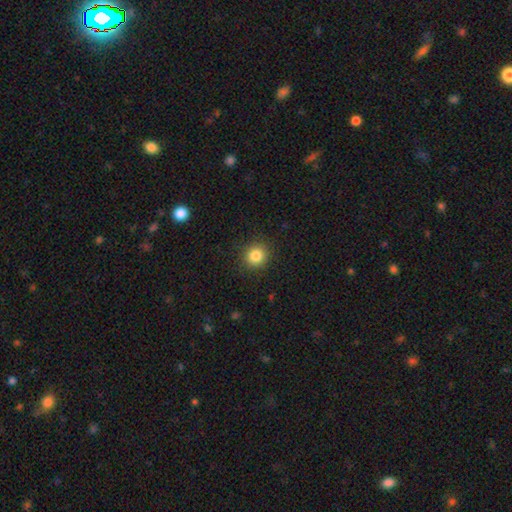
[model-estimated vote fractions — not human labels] smooth 84%, star or artifact 11%, featured or disk 5%. Down the decision tree: how rounded — round (88%); merging — none (90%).